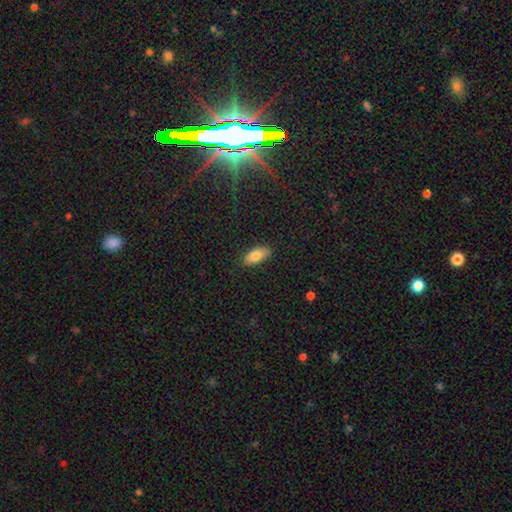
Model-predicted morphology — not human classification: type=smooth (80%); roundness=in between (88%); merging=none (86%).